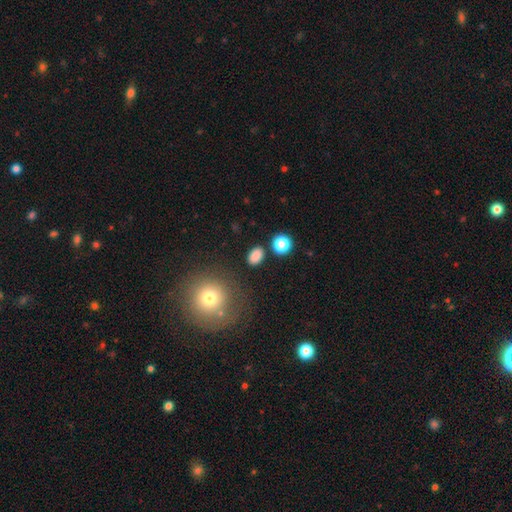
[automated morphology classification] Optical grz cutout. It shows a smooth galaxy with no disk features (85%) that is in between round and cigar-shaped (72%). Merging: none (83%).